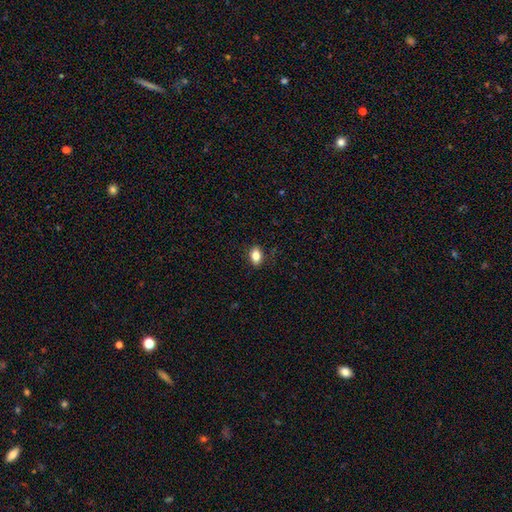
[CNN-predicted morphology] Smooth or featured? smooth (81%)
How rounded? in between (83%)
Merging? none (87%)